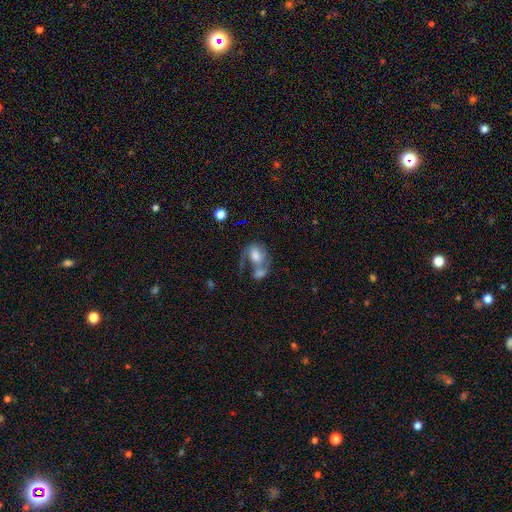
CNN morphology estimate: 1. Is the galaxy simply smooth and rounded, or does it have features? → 52% smooth, 38% featured or disk, 10% star or artifact.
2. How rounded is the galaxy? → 65% in between, 34% round, 2% cigar-shaped.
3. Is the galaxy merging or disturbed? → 57% merger, 17% none, 17% major disturbance, 10% minor disturbance.